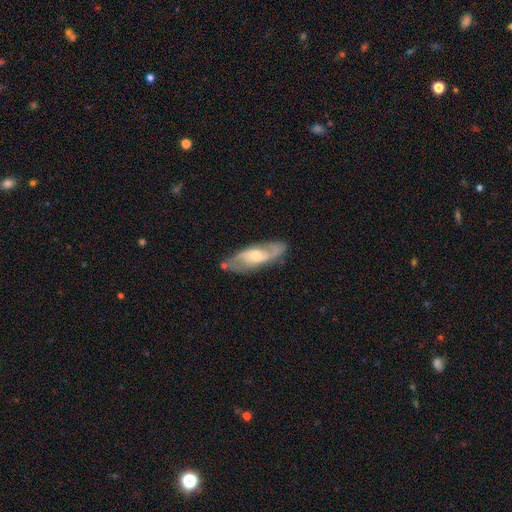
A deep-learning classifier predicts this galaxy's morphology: Overall: featured or disk (72%). Edge-on disk: no (85%). Bar: weak (46%; no 43%). Spiral arms: yes (89%). Spiral arm count: 2 (82%). Spiral winding: medium (47%; loose 33%). Bulge size: moderate (58%; small 27%). Merging: none (76%).